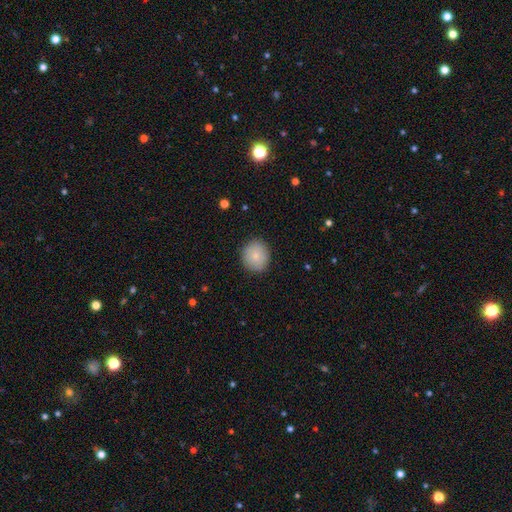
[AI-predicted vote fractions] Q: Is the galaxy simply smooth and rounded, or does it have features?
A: smooth — 82%.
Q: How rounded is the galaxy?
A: round — 84%.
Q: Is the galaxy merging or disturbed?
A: none — 88%.